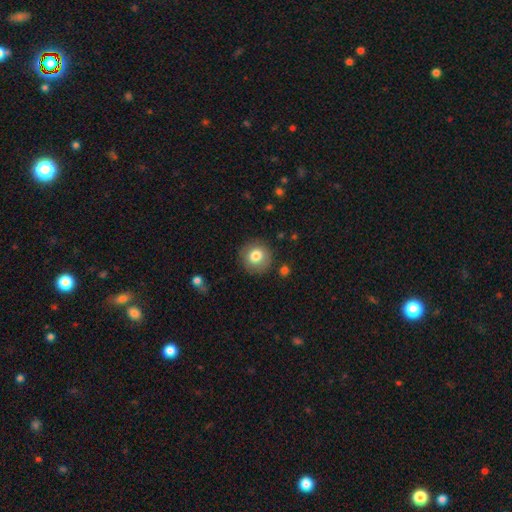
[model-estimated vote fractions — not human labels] This is clearly a smooth galaxy (80%). How rounded: clearly round (92%). Merging: clearly none (87%).